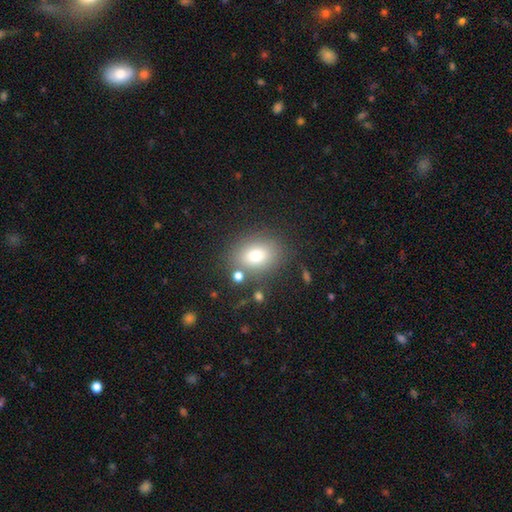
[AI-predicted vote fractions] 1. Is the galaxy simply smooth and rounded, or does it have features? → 76% smooth, 12% featured or disk, 12% star or artifact.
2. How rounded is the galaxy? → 65% in between, 34% round, 1% cigar-shaped.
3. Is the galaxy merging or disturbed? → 78% none, 12% minor disturbance, 6% merger, 4% major disturbance.